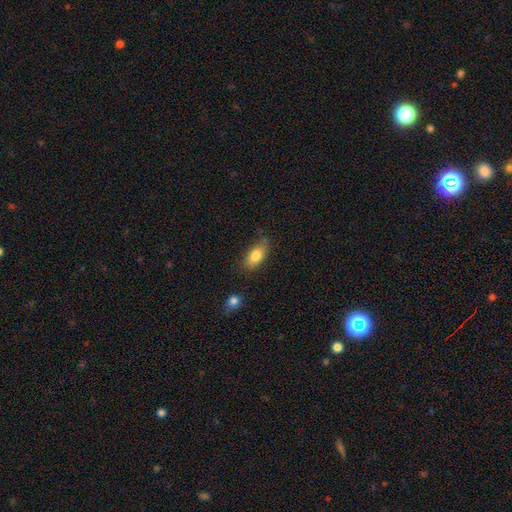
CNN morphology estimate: This is clearly a smooth galaxy (83%). How rounded: clearly in between (89%). Merging: likely none (72%).